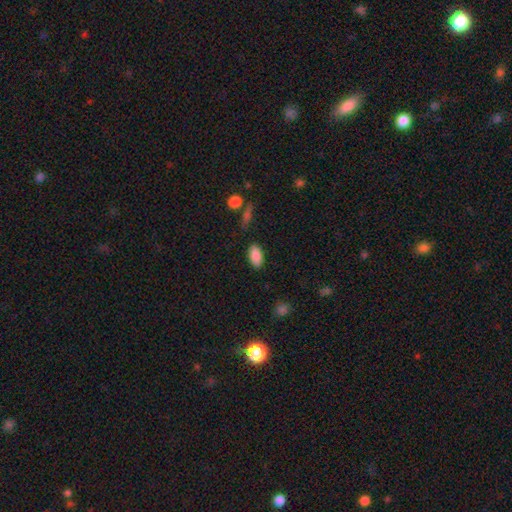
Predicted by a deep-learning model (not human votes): A smooth galaxy with no disk features (87%) that is in between round and cigar-shaped (93%).

Vote fractions:
- Smooth or featured? smooth: 87% / star or artifact: 7% / featured or disk: 5%
- How rounded? in between: 93% / cigar-shaped: 4% / round: 3%
- Merging? none: 86% / minor disturbance: 10% / major disturbance: 3% / merger: 2%